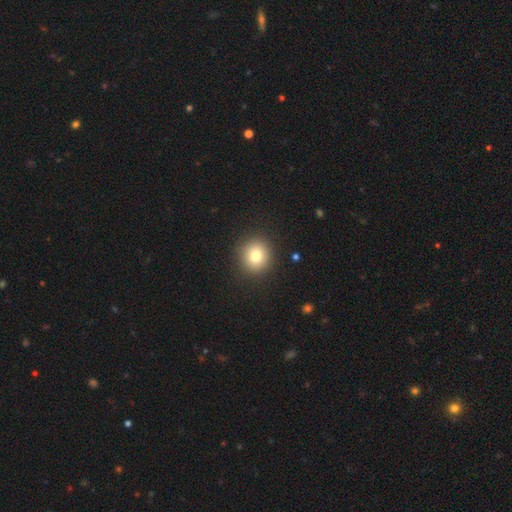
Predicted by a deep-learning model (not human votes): smooth_or_featured: smooth (p=0.79) [alt: star or artifact p=0.11]
how_rounded: round (p=0.91) [alt: in between p=0.08]
merging: none (p=0.91) [alt: minor disturbance p=0.06]